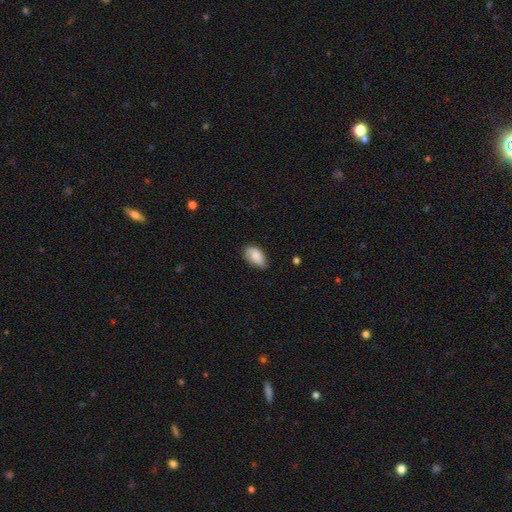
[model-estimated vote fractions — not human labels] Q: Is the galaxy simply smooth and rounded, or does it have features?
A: smooth — 83%.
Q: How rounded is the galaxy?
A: in between — 93%.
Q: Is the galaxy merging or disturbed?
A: none — 70%.